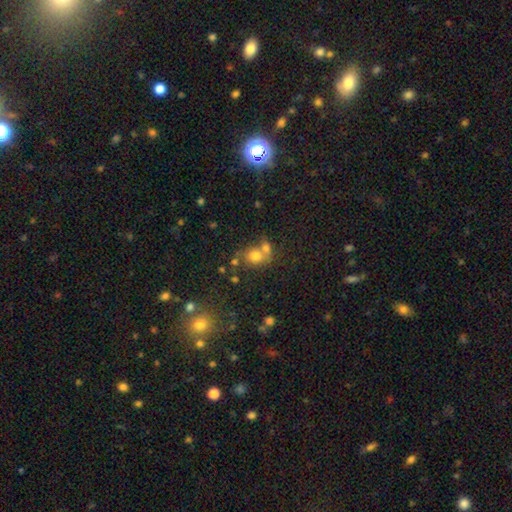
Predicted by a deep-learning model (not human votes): Q: Smooth or featured?
A: smooth (73%); runner-up: featured or disk (14%)
Q: How rounded?
A: round (67%); runner-up: in between (32%)
Q: Merging?
A: merger (47%); runner-up: none (37%)